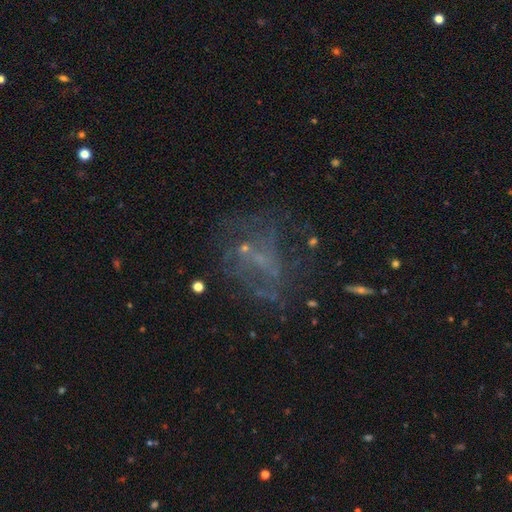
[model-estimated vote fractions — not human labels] Smooth or featured? Predicted: featured or disk (p=0.48). Merging? Predicted: none (p=0.49).